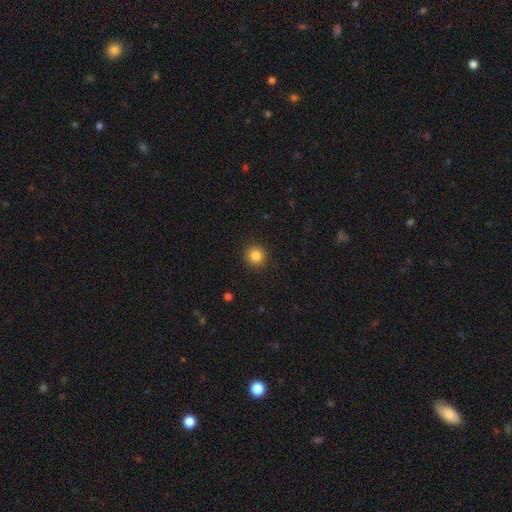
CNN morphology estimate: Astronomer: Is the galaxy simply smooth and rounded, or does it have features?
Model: smooth — 84%.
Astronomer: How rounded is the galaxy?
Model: round — 94%.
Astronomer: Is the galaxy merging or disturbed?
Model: none — 92%.